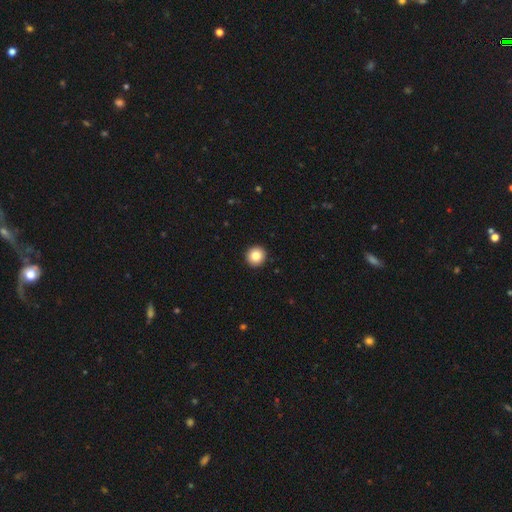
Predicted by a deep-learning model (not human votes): Q: Smooth or featured?
A: smooth (84%); runner-up: star or artifact (9%)
Q: How rounded?
A: round (94%); runner-up: in between (5%)
Q: Merging?
A: none (94%); runner-up: minor disturbance (4%)